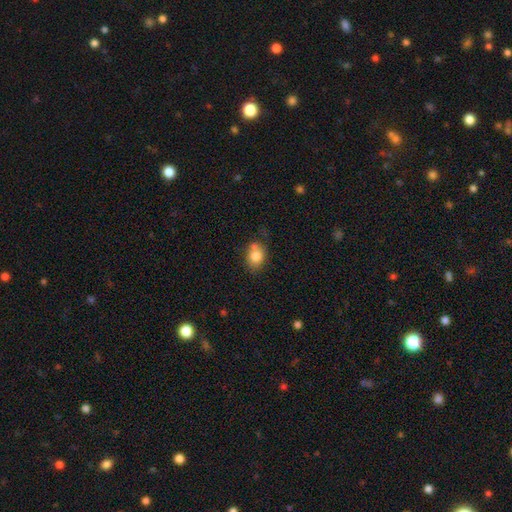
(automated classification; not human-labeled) Overall: smooth (80%). How rounded: in between (59%; round 40%). Merging: none (58%; minor disturbance 21%).